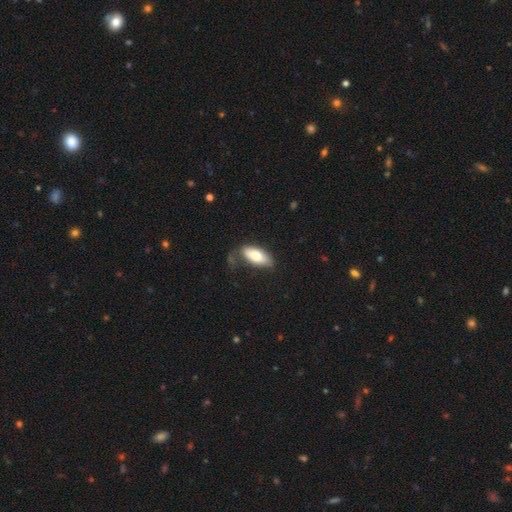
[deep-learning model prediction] Q: Smooth or featured?
A: smooth (77%); runner-up: featured or disk (16%)
Q: How rounded?
A: in between (85%); runner-up: cigar-shaped (13%)
Q: Merging?
A: none (58%); runner-up: minor disturbance (27%)